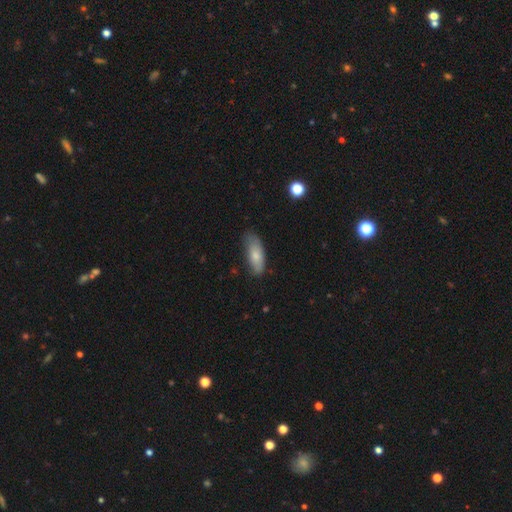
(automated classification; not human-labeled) Smooth or featured? smooth (75%)
How rounded? in between (72%)
Merging? none (65%)